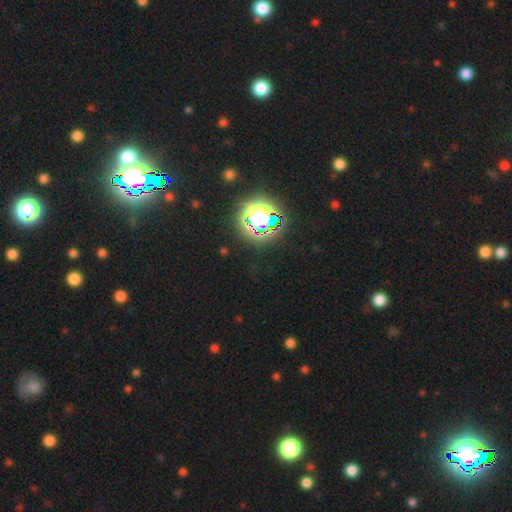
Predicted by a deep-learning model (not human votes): Smooth or featured?
  - star or artifact: 81% *
  - smooth: 12%
  - featured or disk: 7%